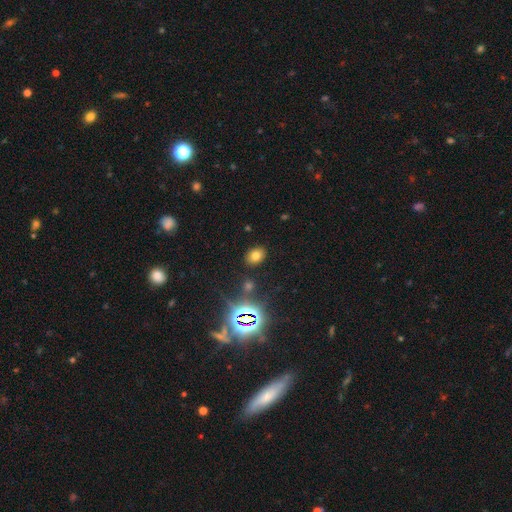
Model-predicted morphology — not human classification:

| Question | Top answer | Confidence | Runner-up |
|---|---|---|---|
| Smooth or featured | smooth | 69% | star or artifact (22%) |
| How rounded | in between | 69% | round (30%) |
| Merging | none | 86% | minor disturbance (8%) |